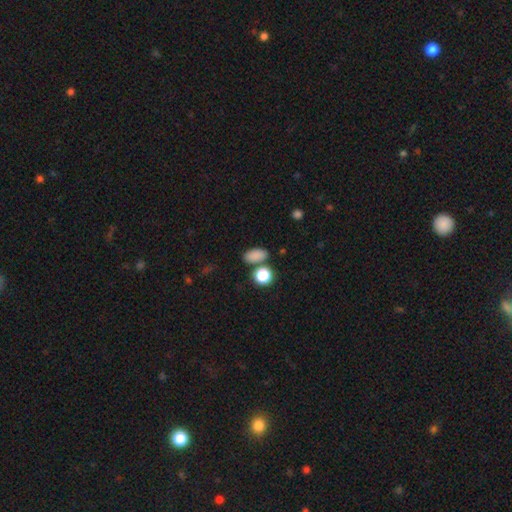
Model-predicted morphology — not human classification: Smooth or featured? Predicted: smooth (p=0.84). How rounded? Predicted: in between (p=0.82). Merging? Predicted: none (p=0.74).